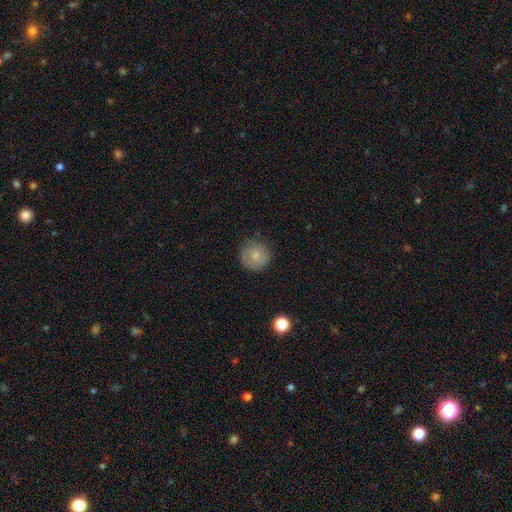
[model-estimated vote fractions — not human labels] smooth_or_featured: smooth (p=0.77) [alt: featured or disk p=0.15]
how_rounded: round (p=0.94) [alt: in between p=0.05]
merging: none (p=0.81) [alt: minor disturbance p=0.14]